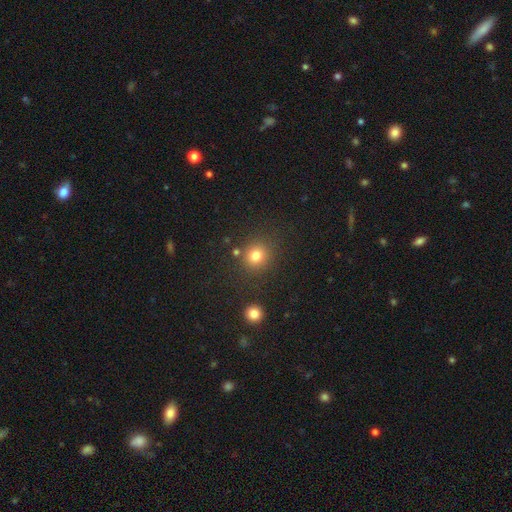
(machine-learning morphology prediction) A smooth galaxy with no disk features (80%) that is round (86%). Merging: none (81%).